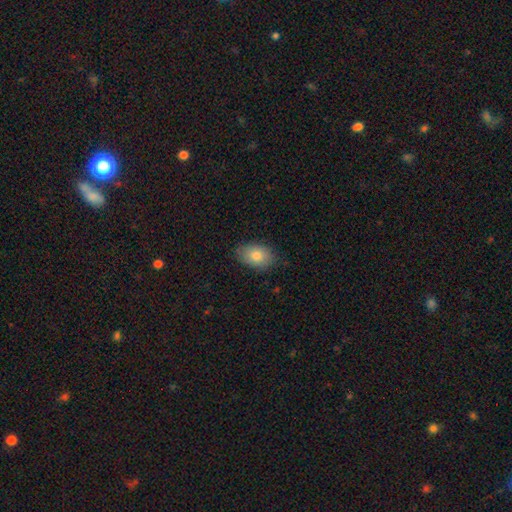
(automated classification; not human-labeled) Smooth or featured? Predicted: smooth (p=0.82). How rounded? Predicted: in between (p=0.87). Merging? Predicted: none (p=0.82).